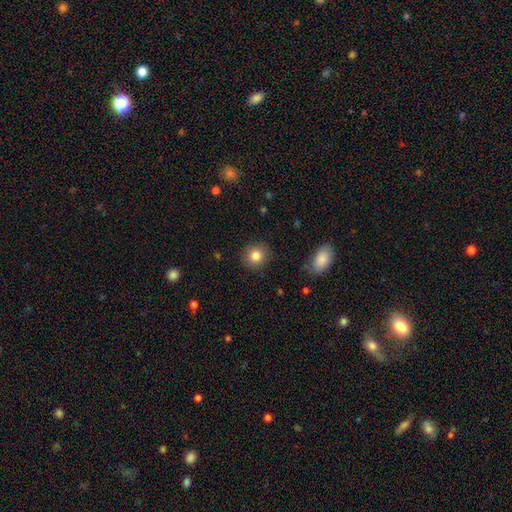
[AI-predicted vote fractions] Overall: smooth (84%). How rounded: round (86%). Merging: none (88%).